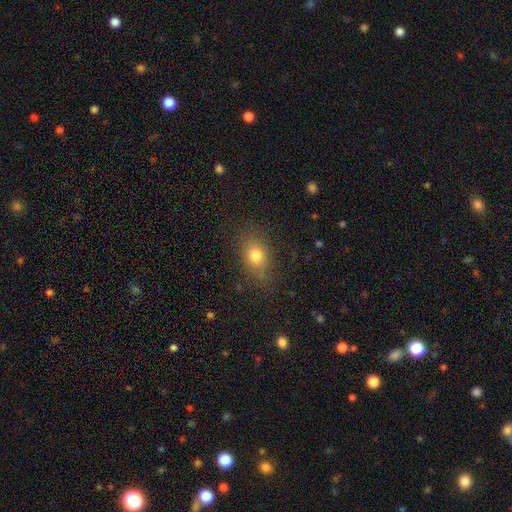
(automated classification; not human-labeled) Morphology: type=smooth (77%); roundness=in between (69%); merging=none (80%).